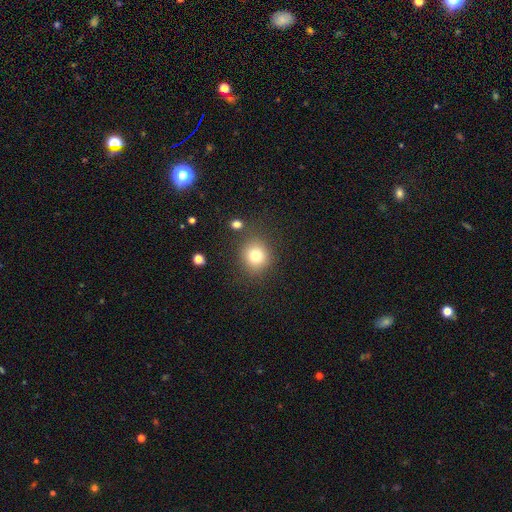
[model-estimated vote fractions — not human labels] A smooth galaxy with no disk features (77%) that is round (86%).

Vote fractions:
- Smooth or featured? smooth: 77% / star or artifact: 13% / featured or disk: 10%
- How rounded? round: 86% / in between: 13% / cigar-shaped: 1%
- Merging? none: 83% / minor disturbance: 9% / major disturbance: 4% / merger: 4%